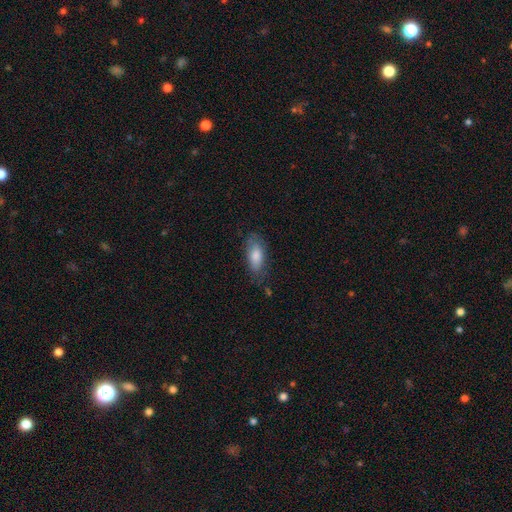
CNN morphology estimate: The model was most divided on "merging": none: 72%, minor disturbance: 20%, major disturbance: 5%, merger: 2%. More confident: how rounded — in between (81%); smooth or featured — smooth (76%).